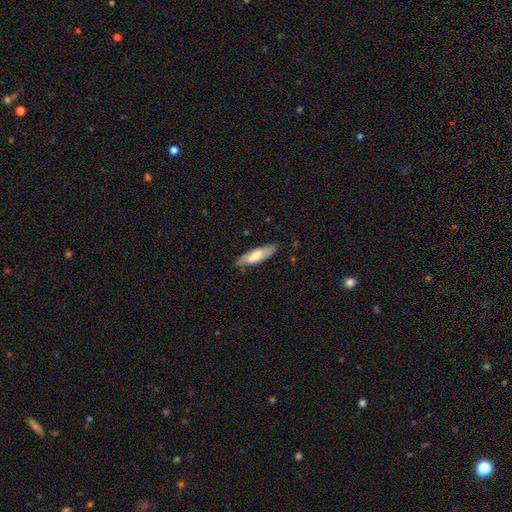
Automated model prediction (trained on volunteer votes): This is possibly a smooth galaxy (60%). How rounded: possibly cigar-shaped (53%). Merging: likely none (77%).